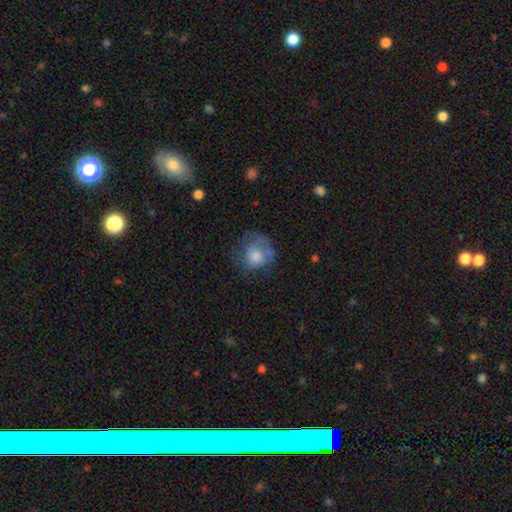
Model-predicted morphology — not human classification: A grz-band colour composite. It shows a smooth galaxy with no disk features (59%) that is round (78%). Merging: none (48%).